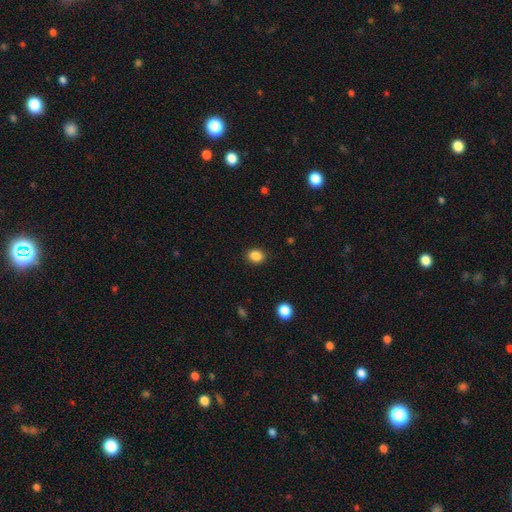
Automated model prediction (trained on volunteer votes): smooth 86%, star or artifact 11%, featured or disk 3%. Down the decision tree: how rounded — round (65%); merging — none (89%).